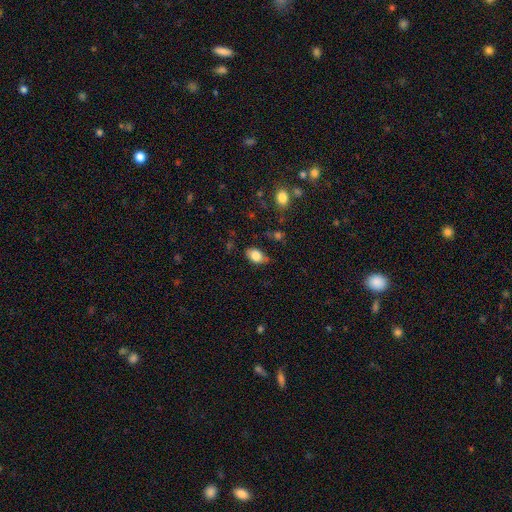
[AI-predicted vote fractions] smooth_or_featured: smooth (p=0.81) [alt: featured or disk p=0.11]
how_rounded: in between (p=0.87) [alt: round p=0.11]
merging: none (p=0.69) [alt: minor disturbance p=0.24]